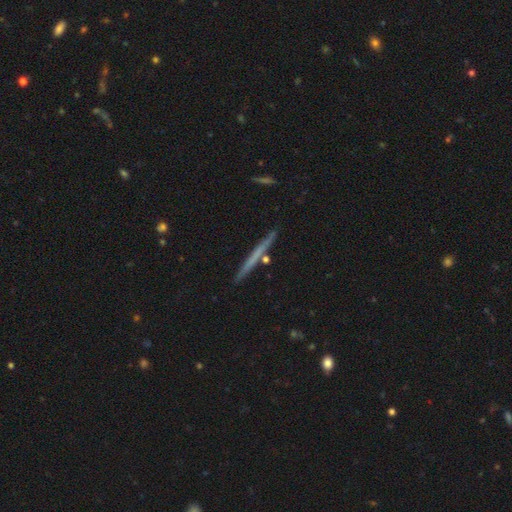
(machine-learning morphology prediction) featured or disk 51%, smooth 43%, star or artifact 6%. Down the decision tree: edge-on disk — yes (97%); edge-on bulge — none (89%); merging — none (90%).